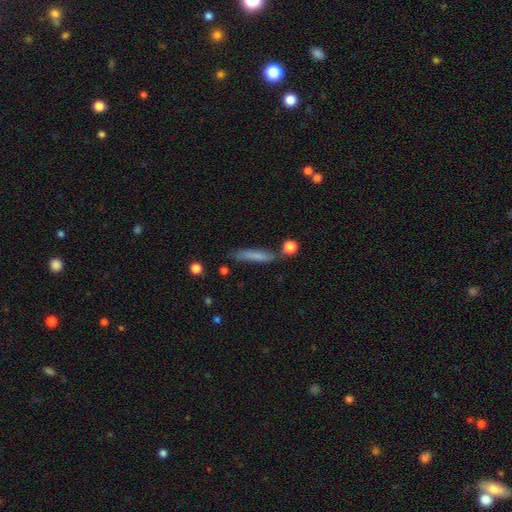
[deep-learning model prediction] Smooth or featured? smooth (70%)
How rounded? cigar-shaped (89%)
Merging? none (69%)